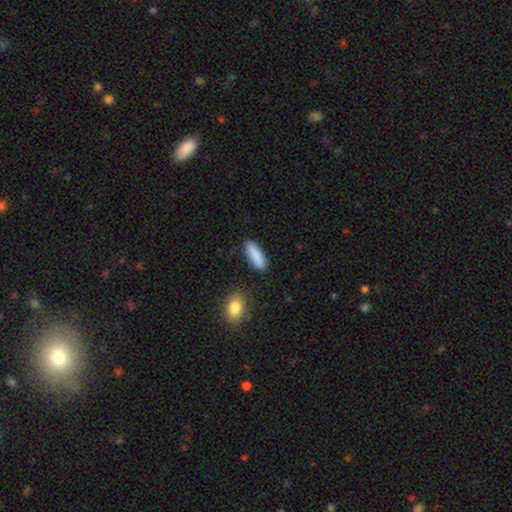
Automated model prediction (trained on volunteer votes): This appears to be a smooth galaxy with no disk features (89%) that is in between round and cigar-shaped (56%). Merging: none (86%).